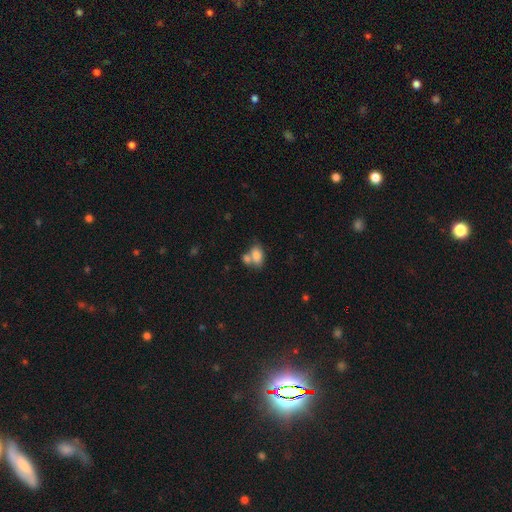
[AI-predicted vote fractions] Morphology: type=smooth (80%); roundness=in between (83%); merging=merger (50%).